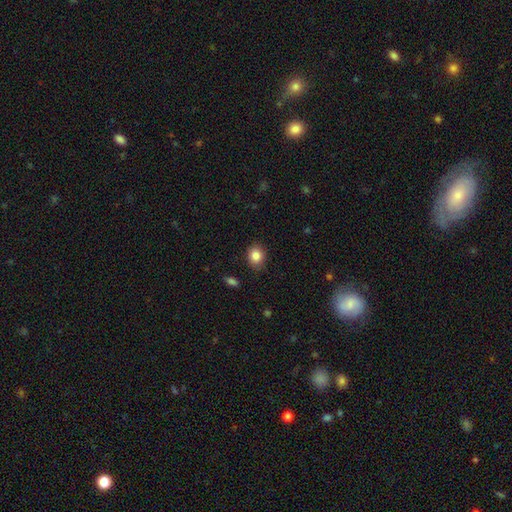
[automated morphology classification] type=smooth (84%); roundness=round (58%); merging=none (87%).